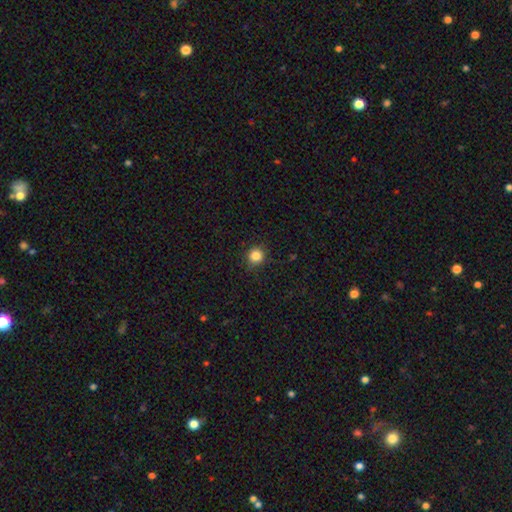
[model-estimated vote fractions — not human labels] Q: Smooth or featured?
A: smooth (84%); runner-up: star or artifact (11%)
Q: How rounded?
A: round (91%); runner-up: in between (8%)
Q: Merging?
A: none (87%); runner-up: minor disturbance (9%)